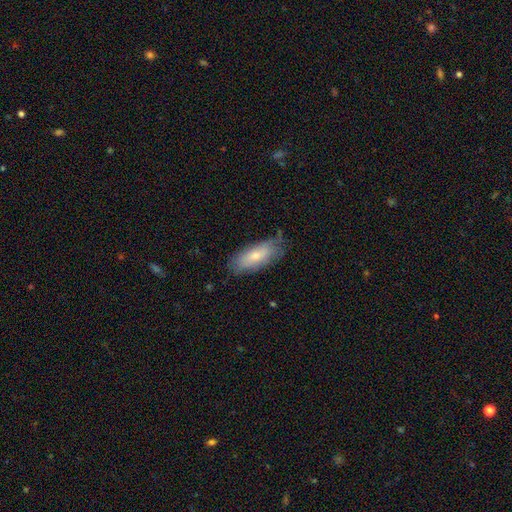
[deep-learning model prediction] Smooth or featured? Predicted: smooth (p=0.71). How rounded? Predicted: in between (p=0.73). Merging? Predicted: none (p=0.69).